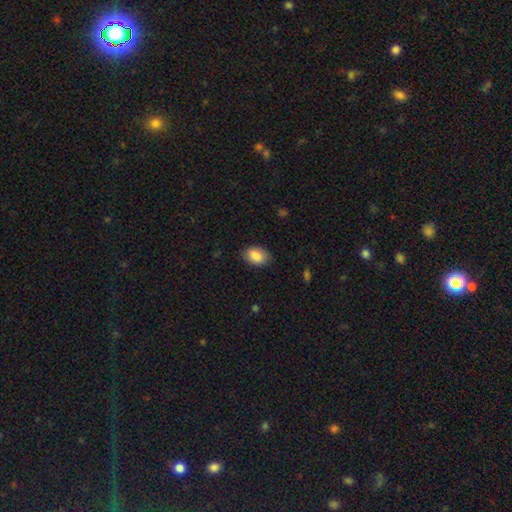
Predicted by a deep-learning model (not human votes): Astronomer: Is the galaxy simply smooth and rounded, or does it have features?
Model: smooth — 87%.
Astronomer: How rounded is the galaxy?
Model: in between — 83%.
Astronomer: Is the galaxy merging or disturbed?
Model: none — 84%.